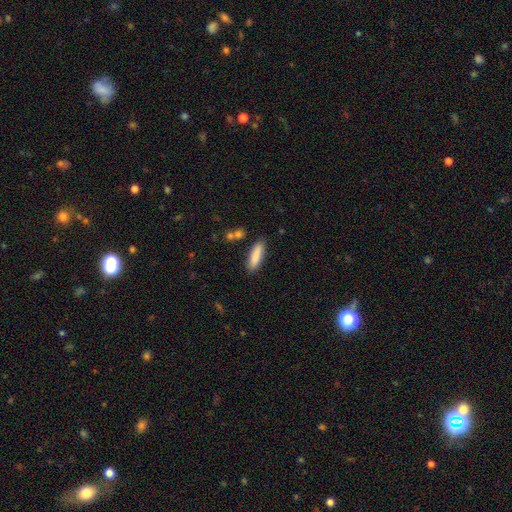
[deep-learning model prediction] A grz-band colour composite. It shows a smooth galaxy with no disk features (86%) that is cigar-shaped (63%). Merging: none (85%).